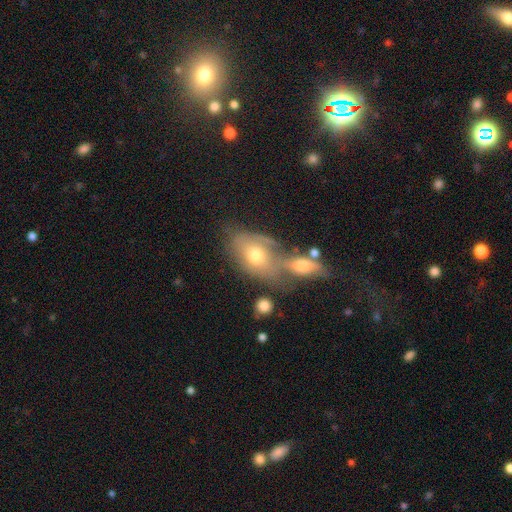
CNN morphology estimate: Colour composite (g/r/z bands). It shows a smooth galaxy with no disk features (60%) that is in between round and cigar-shaped (82%). Merging: merger (52%).